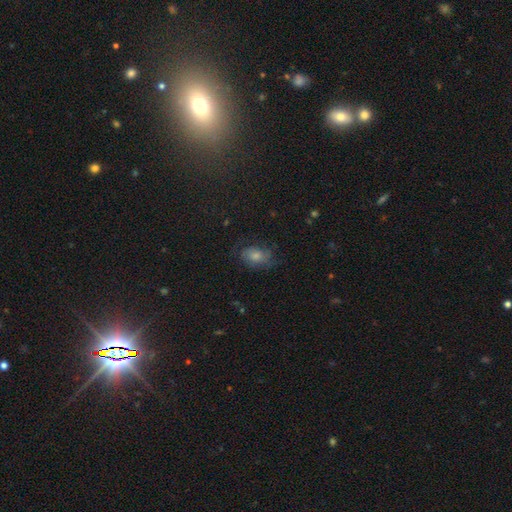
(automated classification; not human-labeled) Smooth or featured: smooth — 51% (featured or disk — 36%)
How rounded: in between — 82% (round — 16%)
Merging: none — 62% (minor disturbance — 23%)